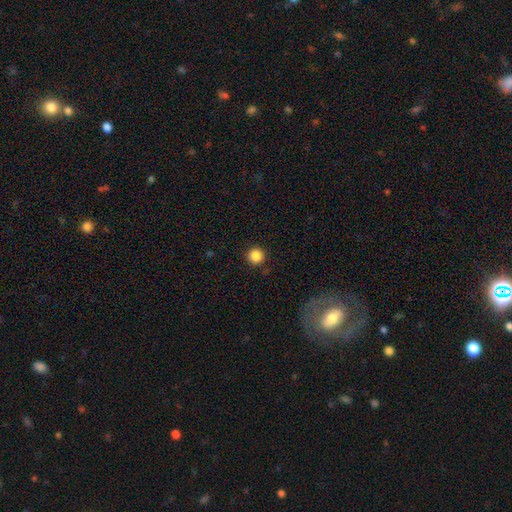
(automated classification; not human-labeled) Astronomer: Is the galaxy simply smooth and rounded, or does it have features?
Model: smooth — 86%.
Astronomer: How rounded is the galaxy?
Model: round — 96%.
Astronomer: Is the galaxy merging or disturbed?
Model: none — 91%.